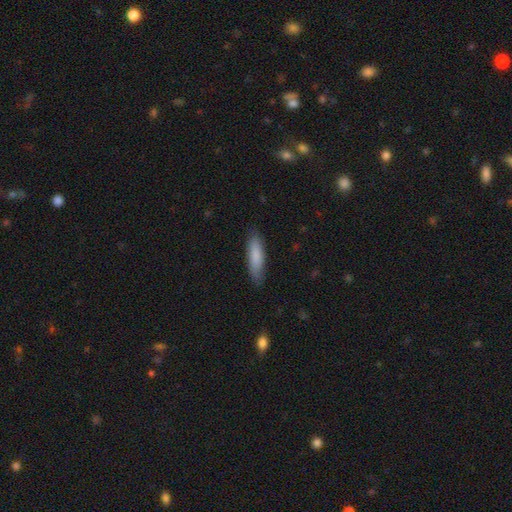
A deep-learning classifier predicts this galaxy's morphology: type=smooth (84%); roundness=cigar-shaped (62%); merging=none (83%).